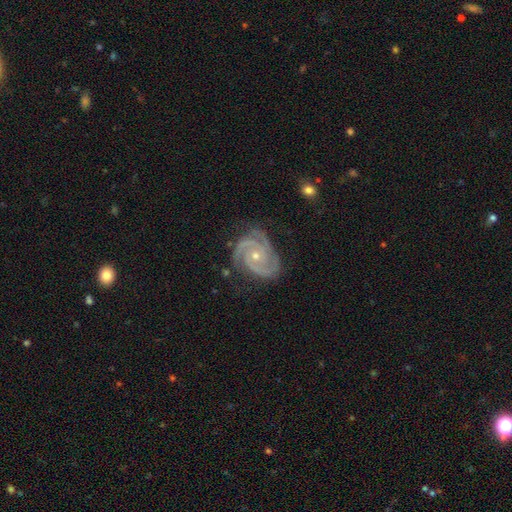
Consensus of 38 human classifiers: smooth_or_featured: featured or disk (p=0.92) [alt: star or artifact p=0.08]
disk_edge_on: no (p=0.91) [alt: yes p=0.09]
bar: no (p=0.75) [alt: strong p=0.12]
has_spiral_arms: yes (p=1.00)
spiral_winding: tight (p=0.78) [alt: medium p=0.16]
spiral_arm_count: 3 (p=0.72) [alt: 2 p=0.25]
bulge_size: moderate (p=0.50) [alt: small p=0.47]
merging: none (p=0.54) [alt: minor disturbance p=0.31]